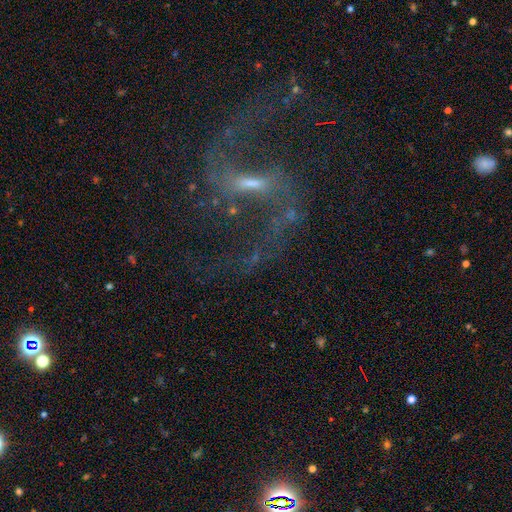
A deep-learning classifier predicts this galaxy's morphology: This appears to be a featured or disk galaxy (89%) with a weak bar (50%), 2 (94%) loose (70%) spiral arms (97%) and a small central bulge (58%). Merging: none (75%).